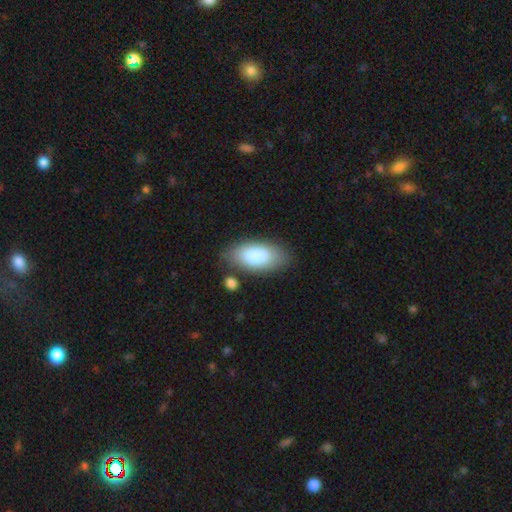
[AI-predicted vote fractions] A smooth galaxy with no disk features (82%) that is in between round and cigar-shaped (93%). Merging: none (69%).